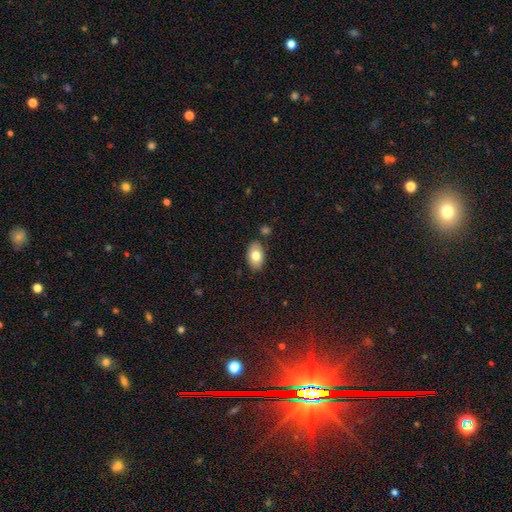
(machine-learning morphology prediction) The model was most divided on "smooth or featured": smooth: 78%, featured or disk: 15%, star or artifact: 7%. More confident: how rounded — in between (90%); merging — none (83%).